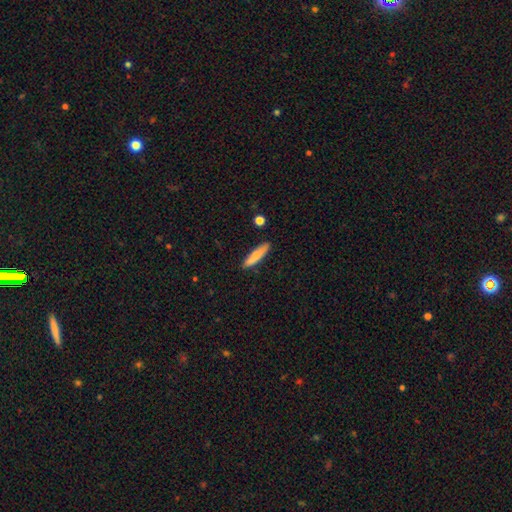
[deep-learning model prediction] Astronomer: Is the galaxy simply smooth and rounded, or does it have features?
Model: smooth — 74%.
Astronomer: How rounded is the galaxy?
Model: cigar-shaped — 83%.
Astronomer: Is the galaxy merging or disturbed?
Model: none — 87%.